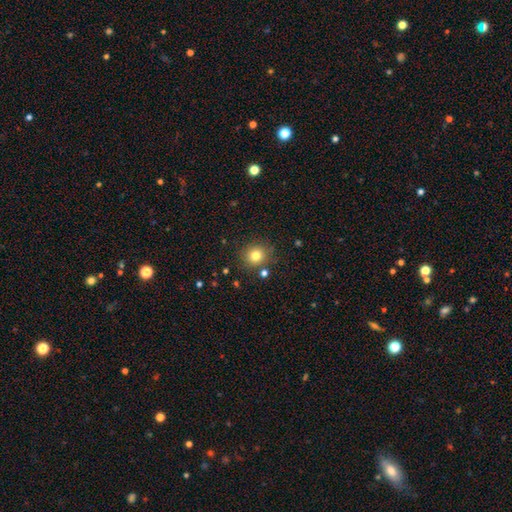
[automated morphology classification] This appears to be a smooth galaxy with no disk features (80%) that is round (89%). Merging: none (83%).